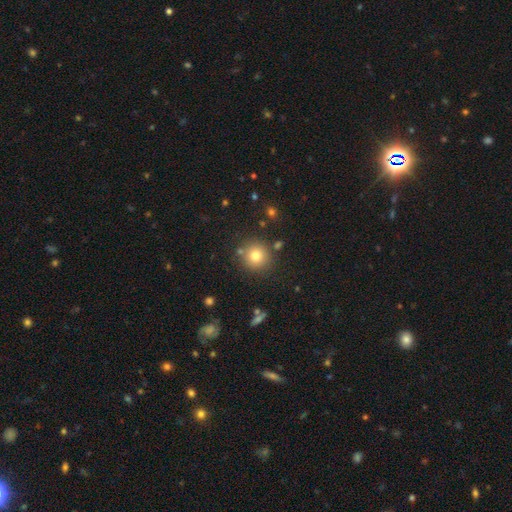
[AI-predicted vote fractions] Smooth or featured: smooth — 78% (star or artifact — 13%)
How rounded: round — 94% (in between — 5%)
Merging: none — 84% (minor disturbance — 8%)